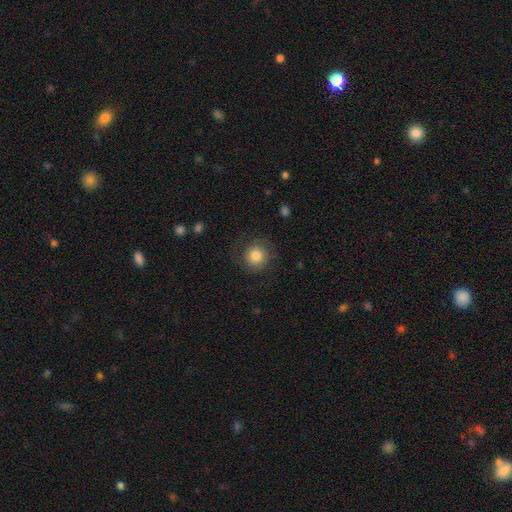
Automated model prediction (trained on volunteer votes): Morphology: type=smooth (80%); roundness=round (92%); merging=none (81%).